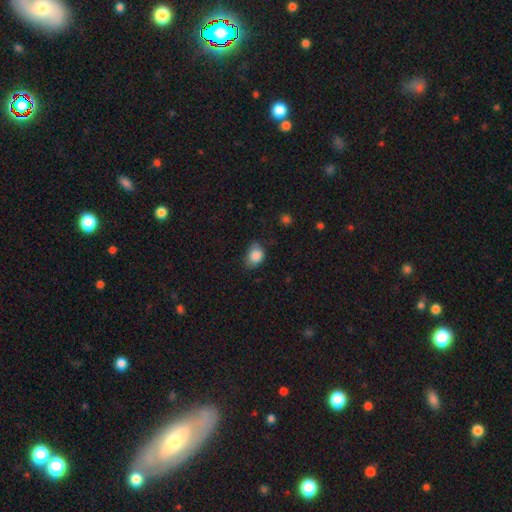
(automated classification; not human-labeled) The model was most divided on "merging": none: 52%, minor disturbance: 37%, major disturbance: 9%, merger: 2%. More confident: smooth or featured — smooth (85%); how rounded — in between (68%).